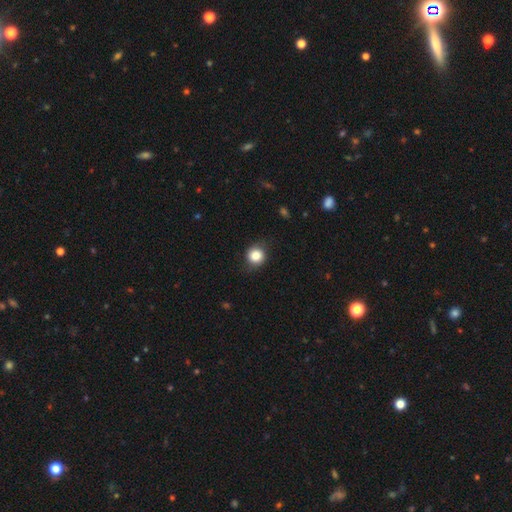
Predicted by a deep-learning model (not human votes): Morphology: type=smooth (83%); roundness=round (87%); merging=none (81%).